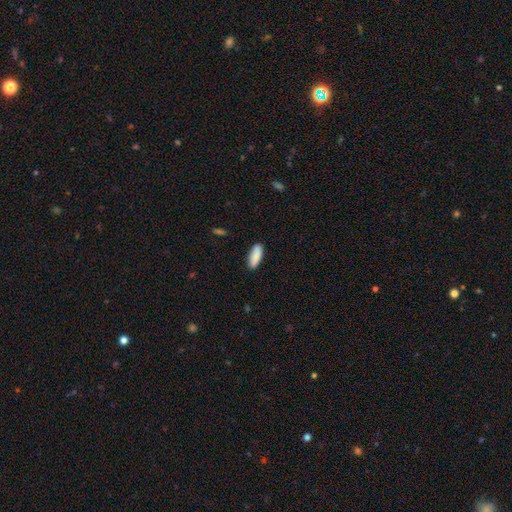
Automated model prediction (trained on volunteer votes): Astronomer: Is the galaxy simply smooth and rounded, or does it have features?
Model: smooth — 89%.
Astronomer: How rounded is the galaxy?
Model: in between — 68%.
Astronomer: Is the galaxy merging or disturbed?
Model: none — 87%.